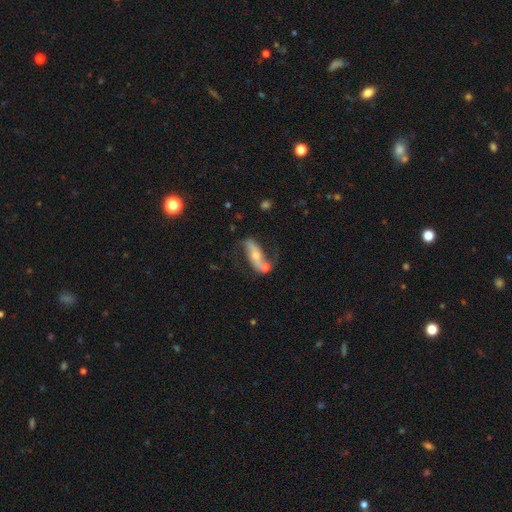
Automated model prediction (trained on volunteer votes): smooth-or-featured: featured or disk: 64% | smooth: 29% | star or artifact: 7%
  disk-edge-on: no: 79% | yes: 21%
    bar: no: 52% | strong: 26% | weak: 23%
    has-spiral-arms: yes: 77% | no: 23%
    bulge-size: moderate: 53% | small: 39% | large: 4% | none: 3% | dominant: 1%
  merging: none: 46% | merger: 24% | minor disturbance: 19% | major disturbance: 11%